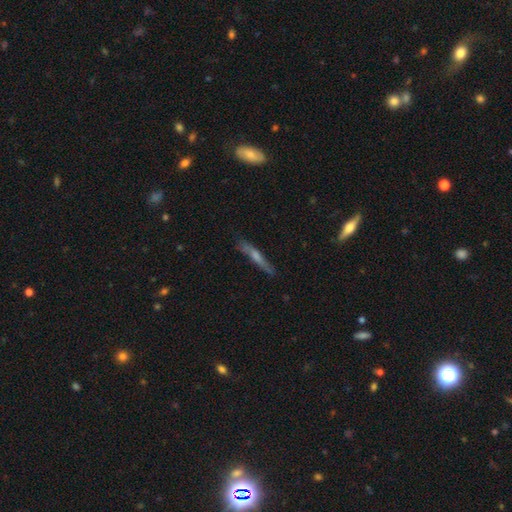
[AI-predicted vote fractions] Overall: featured or disk (55%; smooth 37%). Edge-on disk: yes (91%). Merging: none (79%).